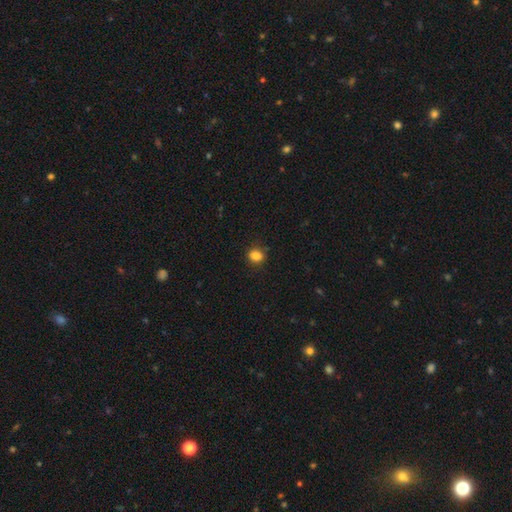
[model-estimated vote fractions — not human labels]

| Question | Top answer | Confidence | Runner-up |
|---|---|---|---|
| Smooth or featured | smooth | 85% | star or artifact (11%) |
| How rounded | round | 53% | in between (45%) |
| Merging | none | 84% | minor disturbance (12%) |